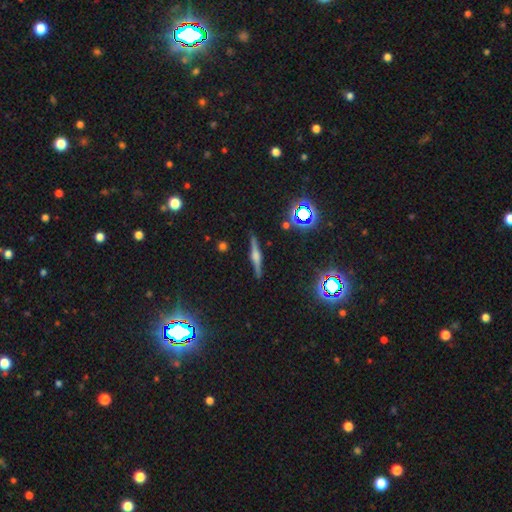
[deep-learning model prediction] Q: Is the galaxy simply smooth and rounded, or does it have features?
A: featured or disk — 67%.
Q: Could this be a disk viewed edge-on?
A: yes — 97%.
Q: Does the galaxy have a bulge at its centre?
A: rounded — 79%.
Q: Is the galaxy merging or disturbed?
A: none — 90%.